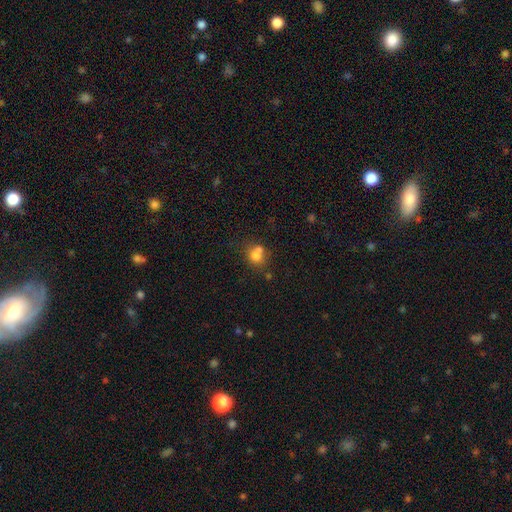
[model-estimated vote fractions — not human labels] This appears to be a smooth galaxy with no disk features (73%) that is round (73%). Merging: merger (43%).